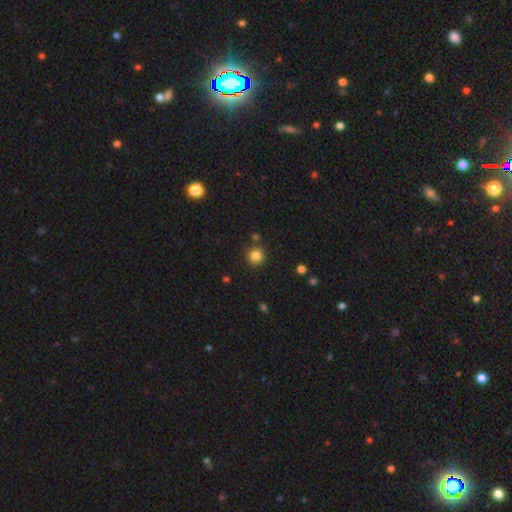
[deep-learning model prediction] smooth 83%, star or artifact 12%, featured or disk 5%. Down the decision tree: how rounded — round (94%); merging — none (85%).